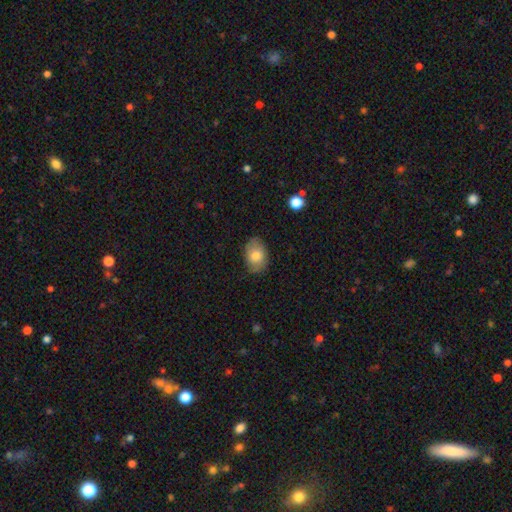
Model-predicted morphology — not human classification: type=smooth (78%); roundness=in between (82%); merging=none (77%).